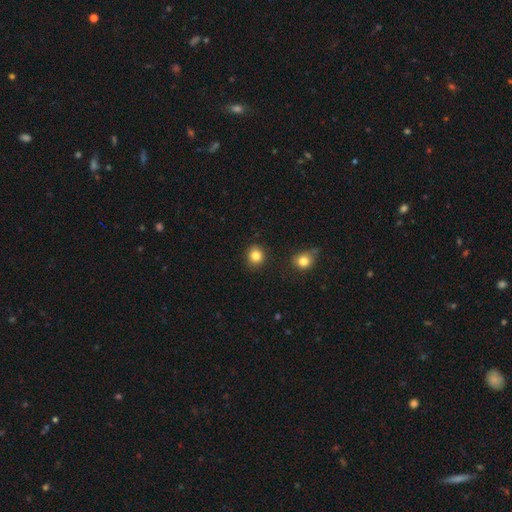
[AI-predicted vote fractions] Smooth or featured? smooth (84%)
How rounded? round (86%)
Merging? none (89%)